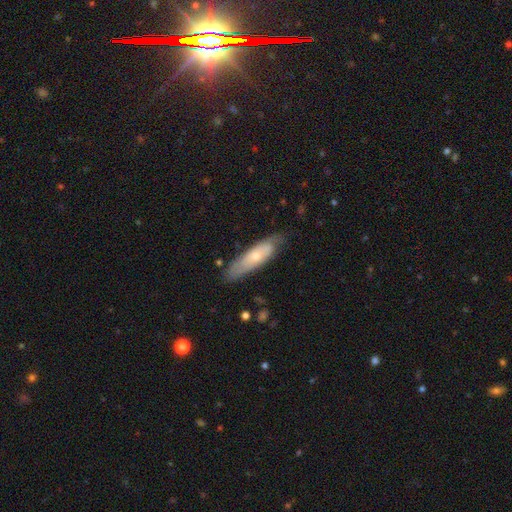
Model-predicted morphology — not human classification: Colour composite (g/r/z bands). It shows a smooth galaxy with no disk features (50%). Merging: none (75%).